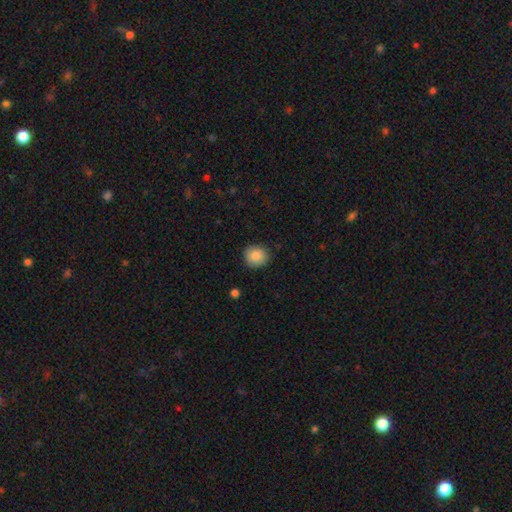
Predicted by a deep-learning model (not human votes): Smooth or featured?
  - smooth: 87% *
  - star or artifact: 8%
  - featured or disk: 5%
How rounded?
  - round: 85% *
  - in between: 14%
  - cigar-shaped: 1%
Merging?
  - none: 88% *
  - minor disturbance: 9%
  - major disturbance: 2%
  - merger: 1%